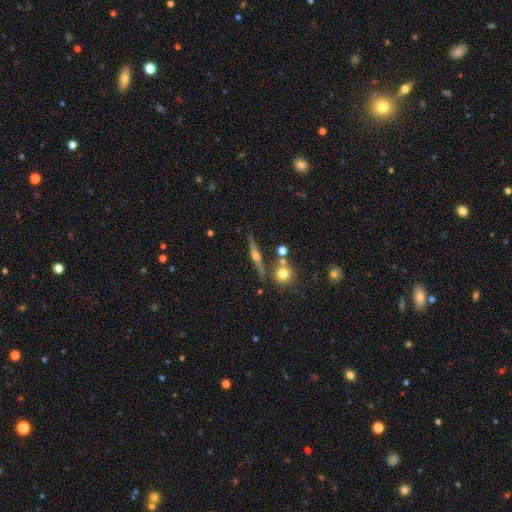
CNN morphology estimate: A featured or disk galaxy (69%) viewed edge-on (95%) with a rounded central bulge (93%).

Vote fractions:
- Smooth or featured? featured or disk: 69% / smooth: 23% / star or artifact: 8%
- Edge-on disk? yes: 95% / no: 5%
- Edge-on bulge? rounded: 93% / boxy: 4% / none: 3%
- Merging? none: 79% / minor disturbance: 10% / merger: 8% / major disturbance: 3%